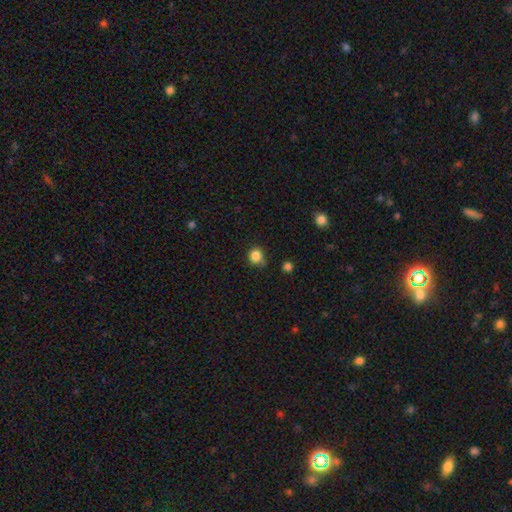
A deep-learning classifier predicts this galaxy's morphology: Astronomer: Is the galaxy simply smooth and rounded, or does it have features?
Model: smooth — 83%.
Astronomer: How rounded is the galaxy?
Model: round — 87%.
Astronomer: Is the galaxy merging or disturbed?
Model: none — 67%.